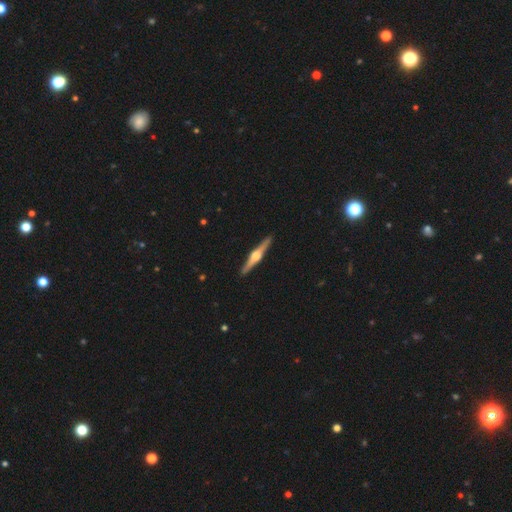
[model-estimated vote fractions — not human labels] This appears to be a featured or disk galaxy (81%) viewed edge-on (98%) with a rounded central bulge (94%). Merging: none (92%).